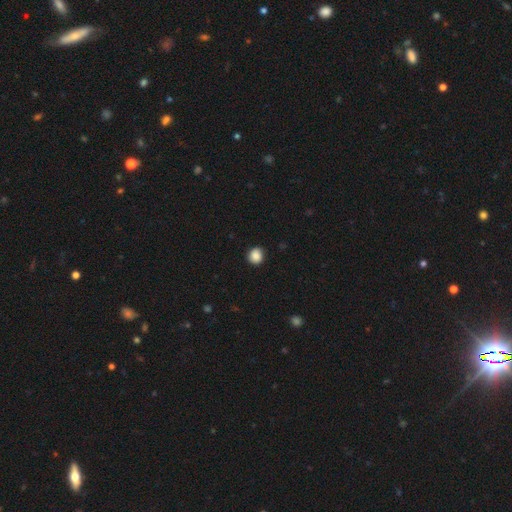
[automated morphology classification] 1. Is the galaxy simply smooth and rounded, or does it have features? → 87% smooth, 9% star or artifact, 3% featured or disk.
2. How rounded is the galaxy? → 87% round, 12% in between, 1% cigar-shaped.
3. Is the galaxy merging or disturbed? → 87% none, 10% minor disturbance, 2% major disturbance, 1% merger.